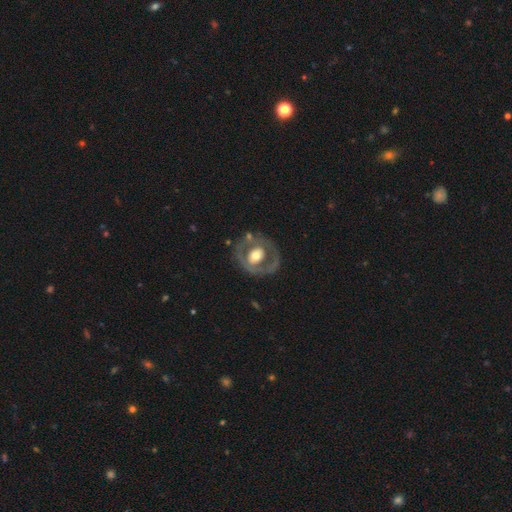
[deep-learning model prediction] Smooth or featured? Predicted: featured or disk (p=0.63). Edge-on disk? Predicted: no (p=0.95). Bar? Predicted: no (p=0.69). Spiral arms? Predicted: no (p=0.75). Bulge size? Predicted: moderate (p=0.60). Merging? Predicted: none (p=0.67).